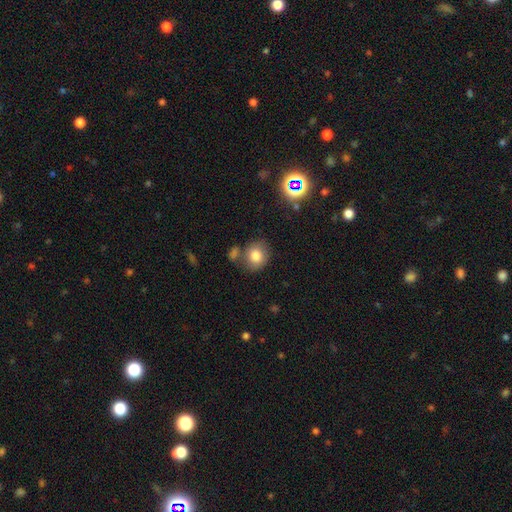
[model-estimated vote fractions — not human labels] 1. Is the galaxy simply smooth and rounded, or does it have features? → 79% smooth, 11% star or artifact, 10% featured or disk.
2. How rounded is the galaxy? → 73% round, 26% in between, 1% cigar-shaped.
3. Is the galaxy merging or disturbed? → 68% none, 14% minor disturbance, 13% merger, 5% major disturbance.